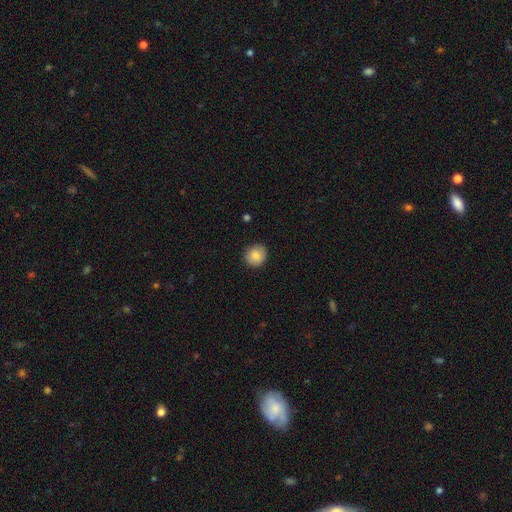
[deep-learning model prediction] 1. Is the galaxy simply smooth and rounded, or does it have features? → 84% smooth, 8% star or artifact, 8% featured or disk.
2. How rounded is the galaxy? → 84% round, 15% in between, 1% cigar-shaped.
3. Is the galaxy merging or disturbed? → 89% none, 8% minor disturbance, 2% major disturbance, 1% merger.